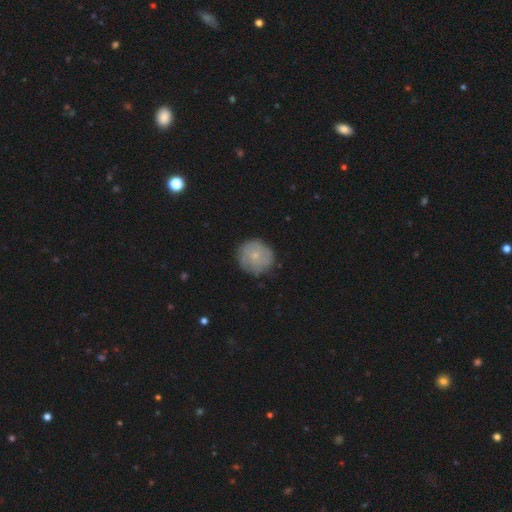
This is possibly a smooth galaxy (58%). How rounded: clearly round (95%). Merging: clearly none (86%).